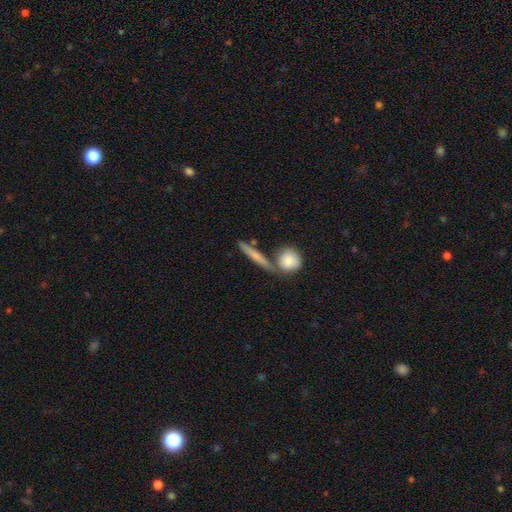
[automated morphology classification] smooth_or_featured: smooth (p=0.63) [alt: featured or disk p=0.30]
how_rounded: cigar-shaped (p=0.76) [alt: in between p=0.12]
merging: none (p=0.68) [alt: merger p=0.18]